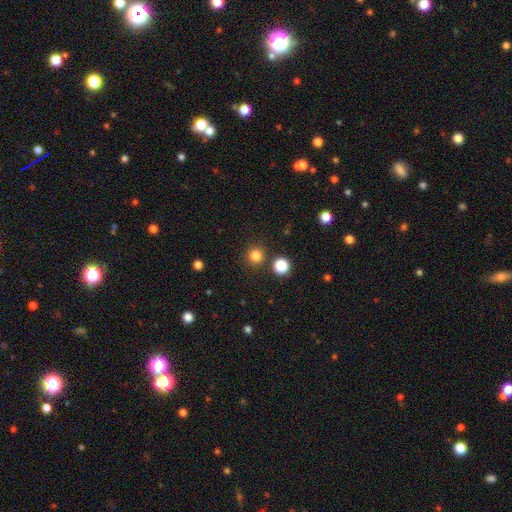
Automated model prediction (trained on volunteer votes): This is clearly a smooth galaxy (82%). How rounded: clearly round (94%). Merging: clearly none (86%).